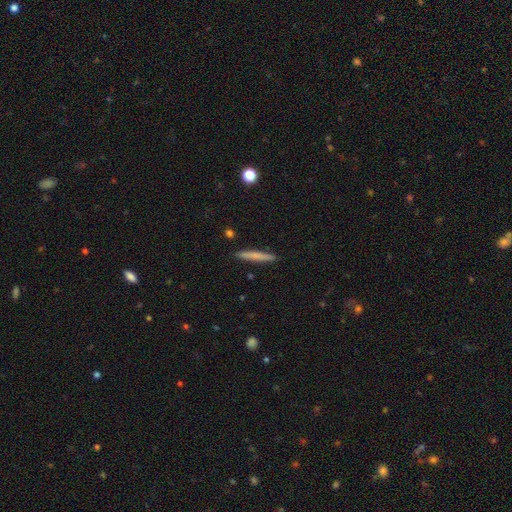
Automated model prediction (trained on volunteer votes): Smooth or featured?
  - smooth: 68% *
  - featured or disk: 26%
  - star or artifact: 6%
How rounded?
  - cigar-shaped: 96% *
  - in between: 3%
  - round: 1%
Merging?
  - none: 90% *
  - minor disturbance: 7%
  - major disturbance: 1%
  - merger: 1%